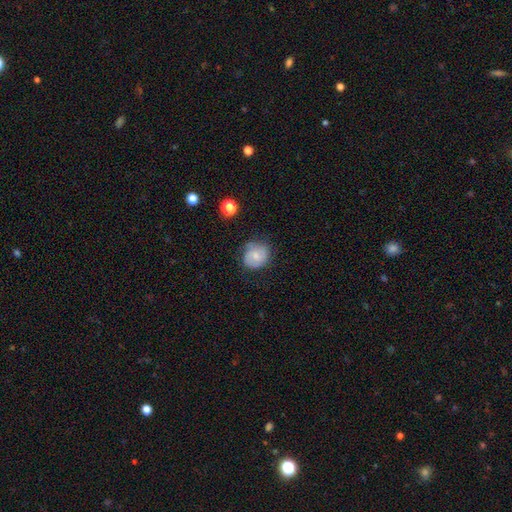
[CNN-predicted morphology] Smooth or featured? smooth (57%)
How rounded? round (69%)
Merging? none (64%)